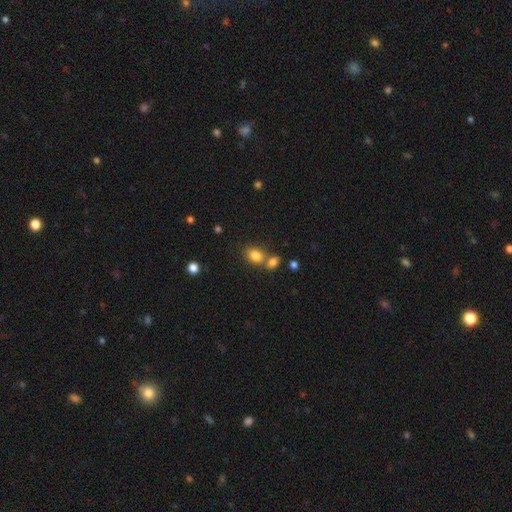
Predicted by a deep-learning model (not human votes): This is clearly a smooth galaxy (83%). How rounded: likely in between (63%). Merging: possibly none (49%).